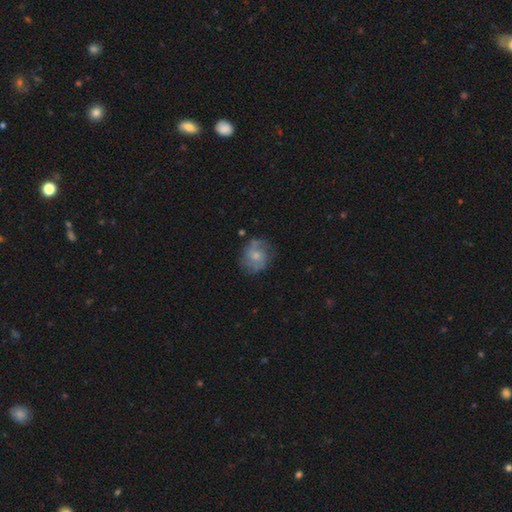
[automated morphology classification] The model was most divided on "bulge size": small: 49%, moderate: 41%, none: 6%, large: 3%, dominant: 1%. More confident: edge-on disk — no (97%); spiral arms — yes (80%); bar — no (70%); merging — none (67%); smooth or featured — featured or disk (54%).